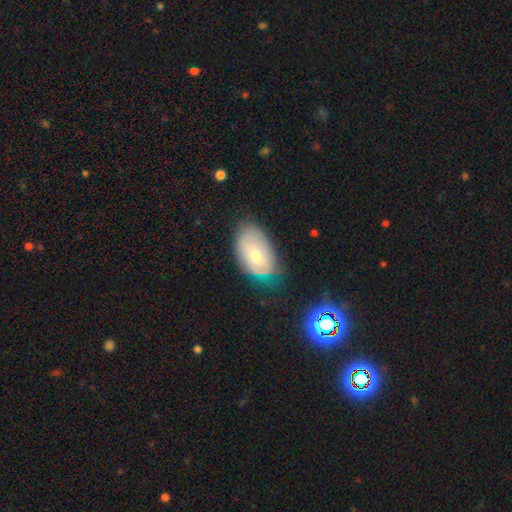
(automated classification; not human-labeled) Overall: smooth (53%; featured or disk 38%). How rounded: in between (90%). Merging: none (61%; minor disturbance 29%).